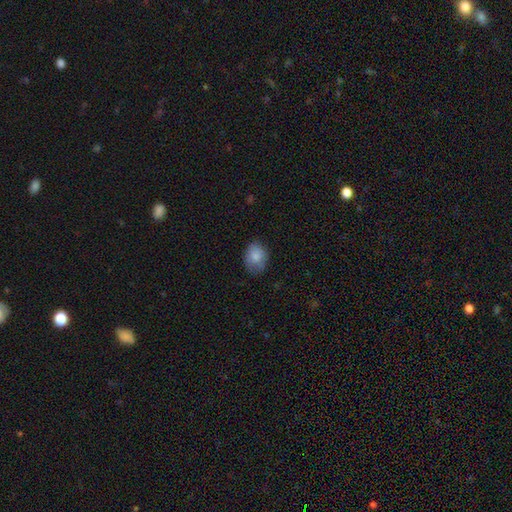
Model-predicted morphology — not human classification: Smooth or featured? smooth (83%)
How rounded? in between (68%)
Merging? none (67%)